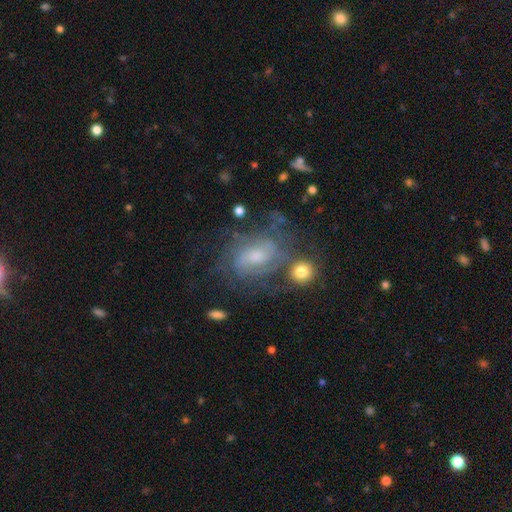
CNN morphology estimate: smooth-or-featured: featured or disk: 75% | smooth: 16% | star or artifact: 9%
  disk-edge-on: no: 97% | yes: 3%
    bar: no: 52% | weak: 40% | strong: 8%
    has-spiral-arms: yes: 90% | no: 10%
      spiral-winding: tight: 48% | medium: 39% | loose: 13%
      spiral-arm-count: can't tell: 39% | 2: 29% | 3: 15% | 4: 6% | 1: 5% | more than 4: 5%
    bulge-size: moderate: 47% | small: 39% | large: 7% | none: 6% | dominant: 1%
  merging: none: 55% | minor disturbance: 20% | major disturbance: 15% | merger: 10%